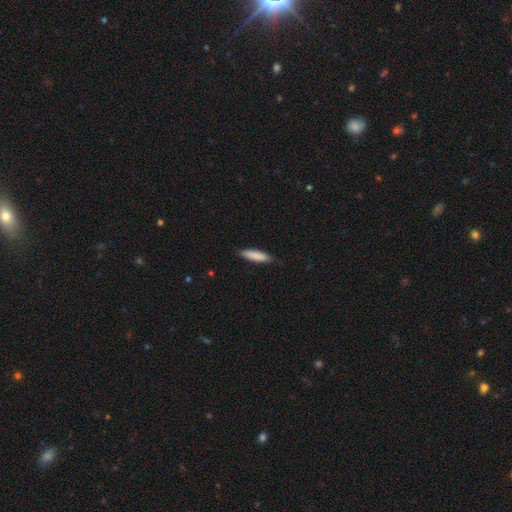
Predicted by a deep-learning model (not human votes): Smooth or featured? smooth (86%)
How rounded? cigar-shaped (78%)
Merging? none (87%)